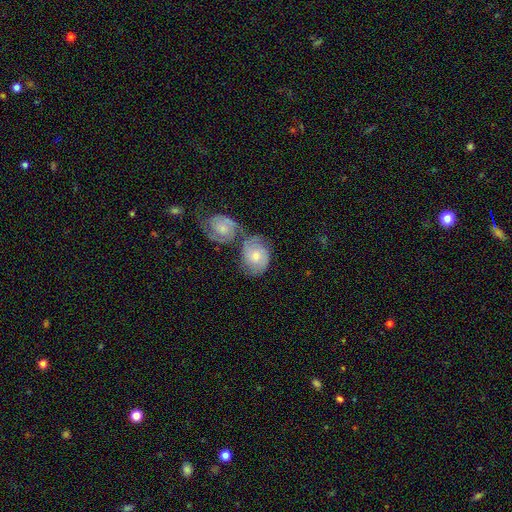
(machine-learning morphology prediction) Smooth or featured: featured or disk — 56% (smooth — 37%)
Edge-on disk: no — 96% (yes — 4%)
Bar: no — 71% (weak — 24%)
Spiral arms: yes — 88% (no — 12%)
Bulge size: small — 48% (moderate — 46%)
Merging: merger — 49% (none — 31%)